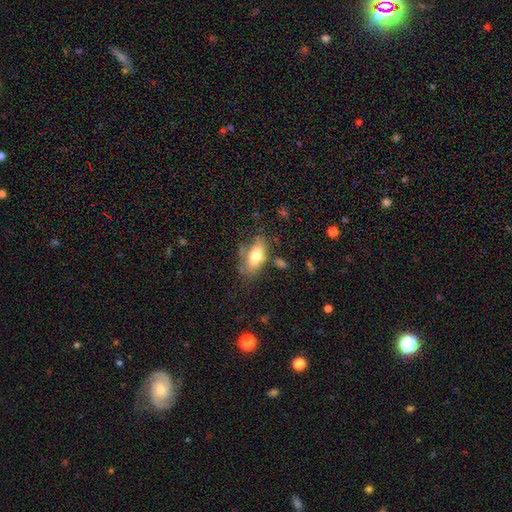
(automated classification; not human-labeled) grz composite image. It shows a smooth galaxy with no disk features (71%) that is in between round and cigar-shaped (87%). Merging: none (57%).